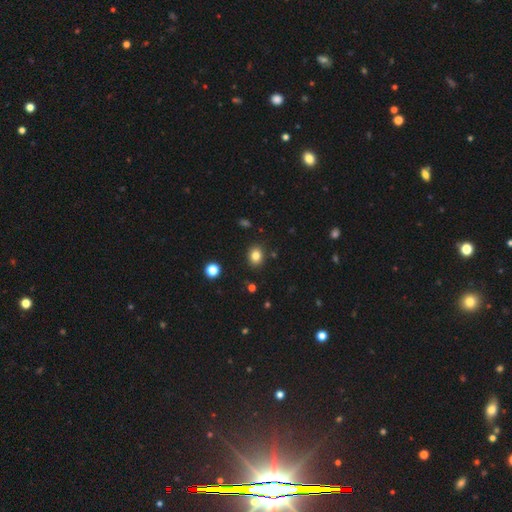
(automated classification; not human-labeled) smooth-or-featured: smooth: 82% | star or artifact: 12% | featured or disk: 6%
  how-rounded: round: 59% | in between: 40% | cigar-shaped: 1%
  merging: none: 88% | minor disturbance: 8% | major disturbance: 2% | merger: 2%